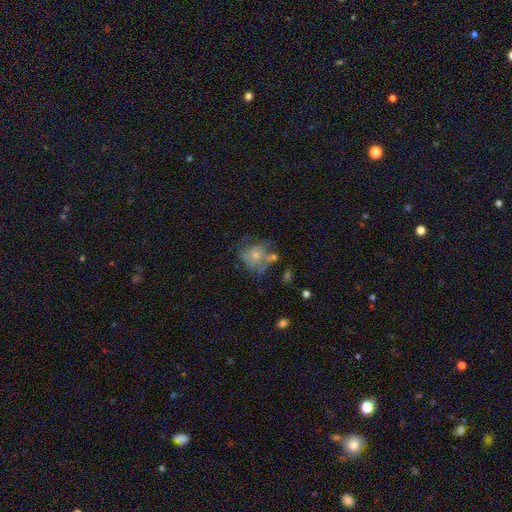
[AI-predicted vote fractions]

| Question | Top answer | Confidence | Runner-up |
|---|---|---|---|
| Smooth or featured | featured or disk | 47% | smooth (44%) |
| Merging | none | 37% | major disturbance (26%) |